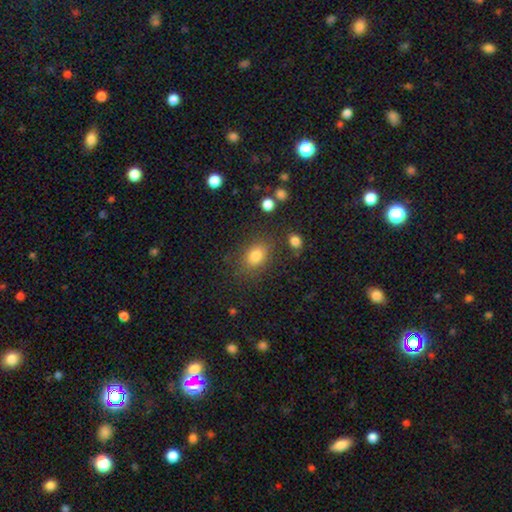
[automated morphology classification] This is clearly a smooth galaxy (82%). How rounded: likely in between (68%). Merging: likely none (76%).